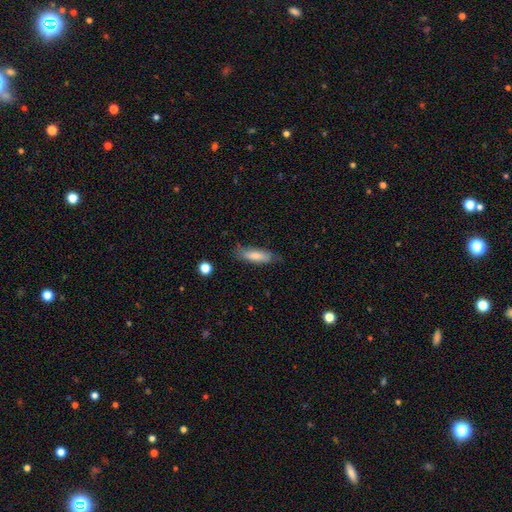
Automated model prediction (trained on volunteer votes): Q: Smooth or featured?
A: smooth (79%); runner-up: featured or disk (15%)
Q: How rounded?
A: cigar-shaped (54%); runner-up: in between (45%)
Q: Merging?
A: none (74%); runner-up: minor disturbance (20%)